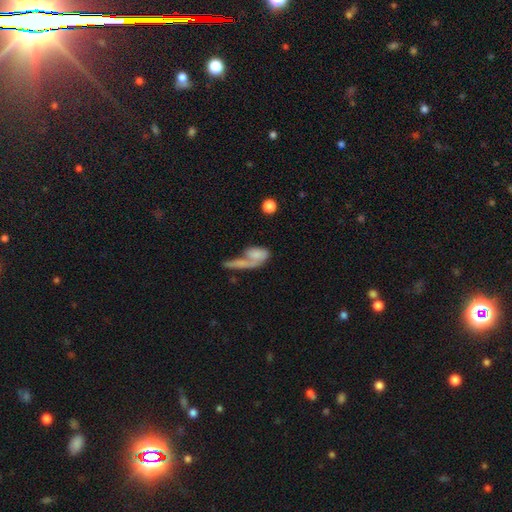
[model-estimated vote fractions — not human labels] Smooth or featured?
  - smooth: 67% *
  - featured or disk: 24%
  - star or artifact: 9%
How rounded?
  - in between: 76% *
  - cigar-shaped: 14%
  - round: 10%
Merging?
  - merger: 50% *
  - none: 27%
  - major disturbance: 13%
  - minor disturbance: 10%